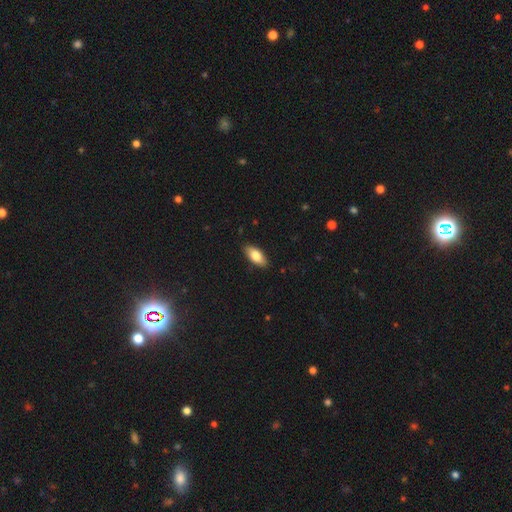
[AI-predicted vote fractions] Smooth or featured? Predicted: smooth (p=0.78). How rounded? Predicted: in between (p=0.84). Merging? Predicted: none (p=0.88).